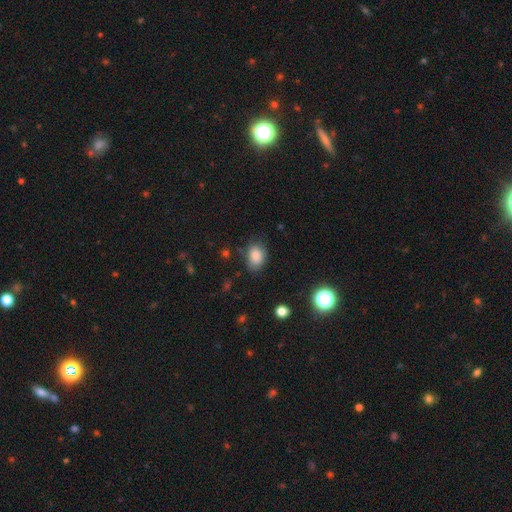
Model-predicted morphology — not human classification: type=smooth (85%); roundness=in between (75%); merging=none (73%).